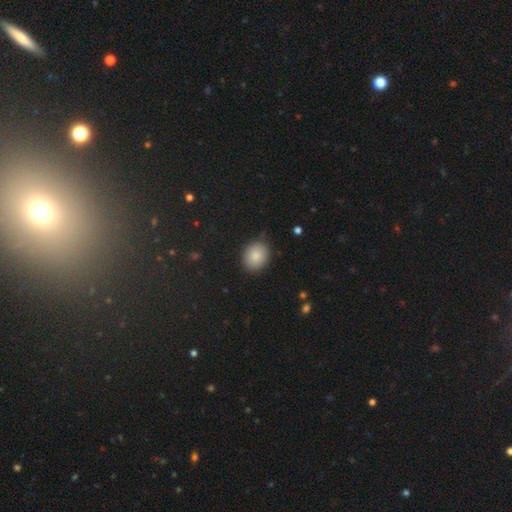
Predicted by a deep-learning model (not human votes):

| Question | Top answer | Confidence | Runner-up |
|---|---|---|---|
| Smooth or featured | smooth | 85% | star or artifact (8%) |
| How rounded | round | 63% | in between (36%) |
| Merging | none | 84% | minor disturbance (12%) |